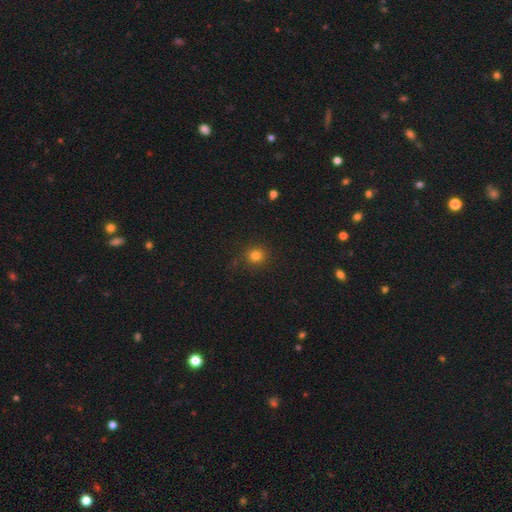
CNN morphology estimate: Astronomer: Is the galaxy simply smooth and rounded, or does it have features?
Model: smooth — 80%.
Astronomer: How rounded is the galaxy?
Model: round — 85%.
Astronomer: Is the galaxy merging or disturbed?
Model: none — 87%.